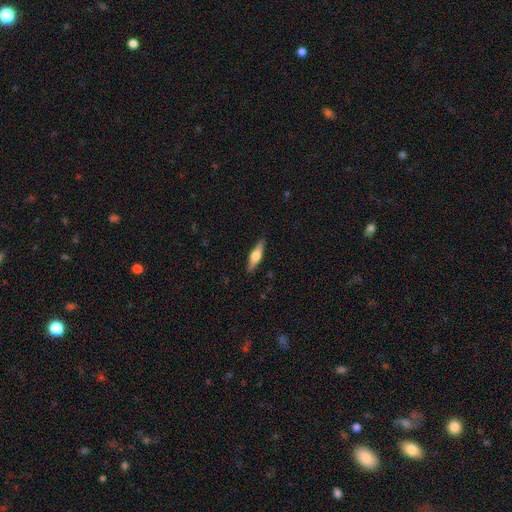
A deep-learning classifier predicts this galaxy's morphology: featured or disk 51%, smooth 43%, star or artifact 6%. Down the decision tree: edge-on disk — yes (95%); merging — none (90%).